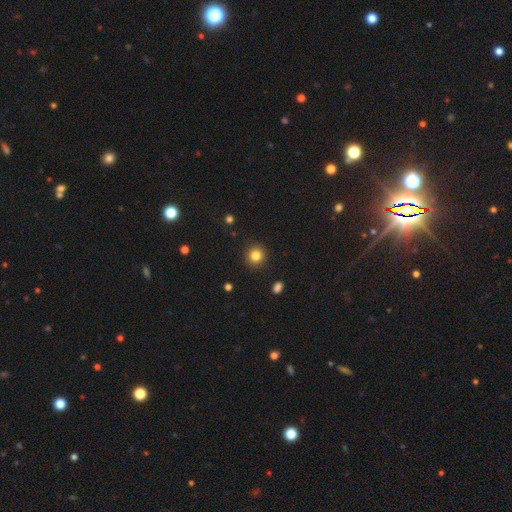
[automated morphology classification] The model was most divided on "smooth or featured": smooth: 83%, star or artifact: 12%, featured or disk: 6%. More confident: how rounded — round (92%); merging — none (92%).